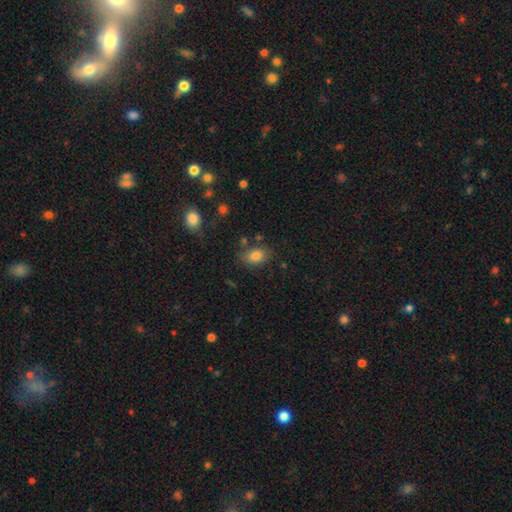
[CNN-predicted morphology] Overall: smooth (81%). How rounded: in between (77%). Merging: none (74%).